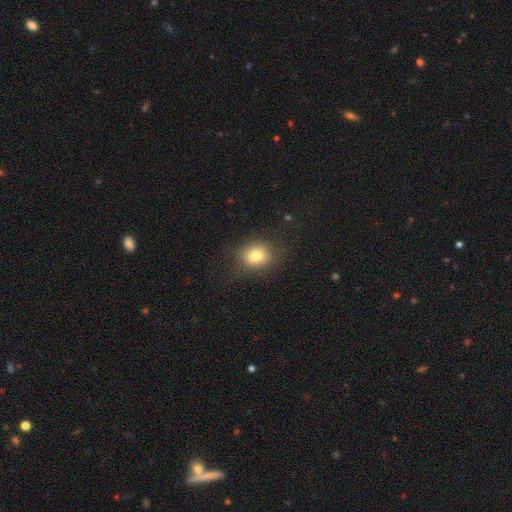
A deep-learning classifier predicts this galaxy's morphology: This appears to be a smooth galaxy with no disk features (79%) that is round (64%). Merging: none (78%).